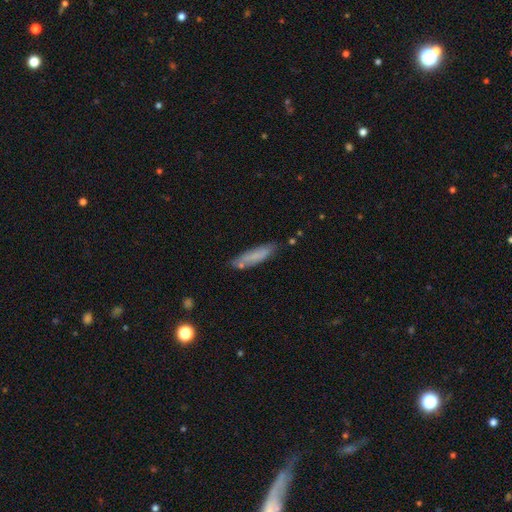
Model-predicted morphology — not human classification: Smooth or featured? Predicted: smooth (p=0.74). How rounded? Predicted: cigar-shaped (p=0.74). Merging? Predicted: none (p=0.72).